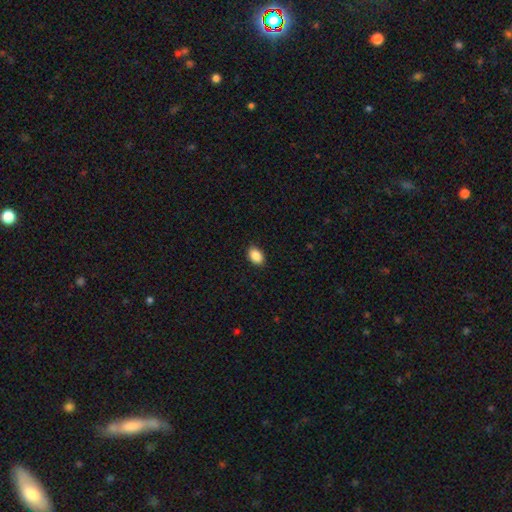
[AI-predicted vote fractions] Q: Smooth or featured?
A: smooth (89%); runner-up: star or artifact (8%)
Q: How rounded?
A: in between (84%); runner-up: round (14%)
Q: Merging?
A: none (90%); runner-up: minor disturbance (8%)